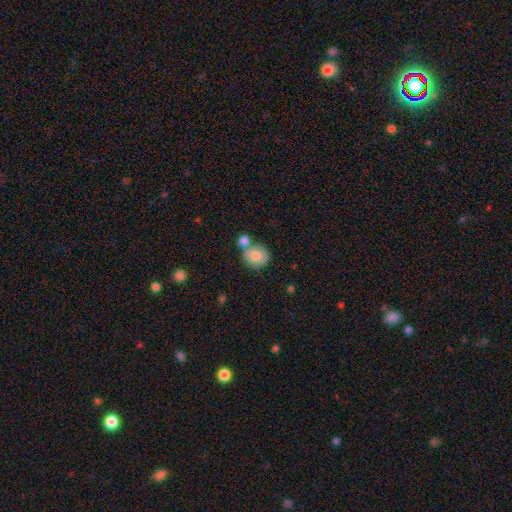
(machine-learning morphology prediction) Smooth or featured: smooth — 79% (featured or disk — 13%)
How rounded: round — 82% (in between — 17%)
Merging: none — 55% (merger — 29%)